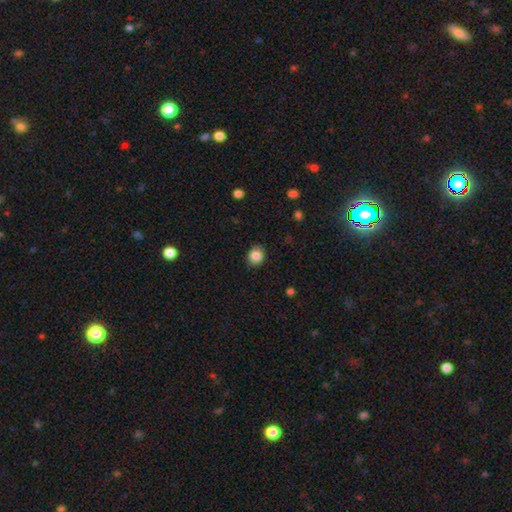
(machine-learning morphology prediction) Smooth or featured? smooth (85%)
How rounded? round (58%)
Merging? none (86%)